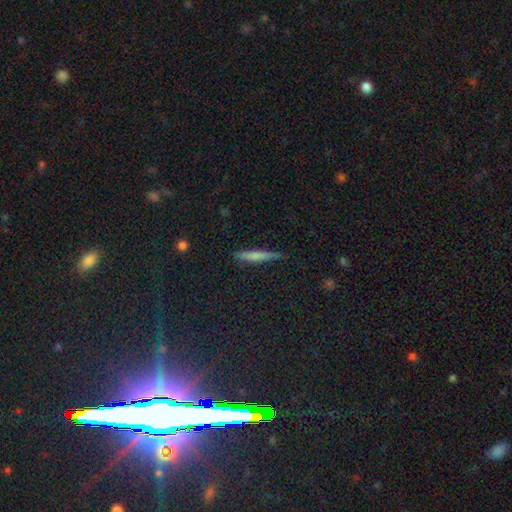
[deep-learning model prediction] Morphology: type=smooth (62%); roundness=cigar-shaped (91%); merging=none (79%).